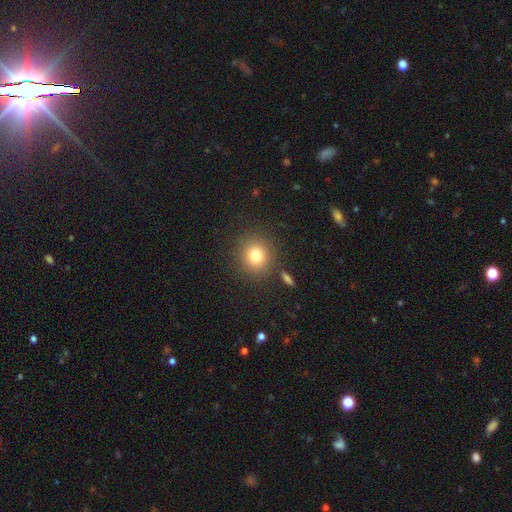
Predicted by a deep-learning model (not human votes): Smooth or featured? Predicted: smooth (p=0.78). How rounded? Predicted: round (p=0.88). Merging? Predicted: none (p=0.86).